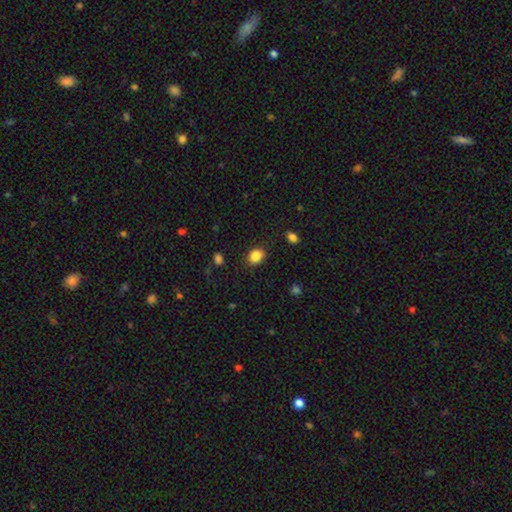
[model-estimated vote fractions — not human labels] smooth 87%, star or artifact 10%, featured or disk 4%. Down the decision tree: how rounded — in between (65%); merging — none (81%).